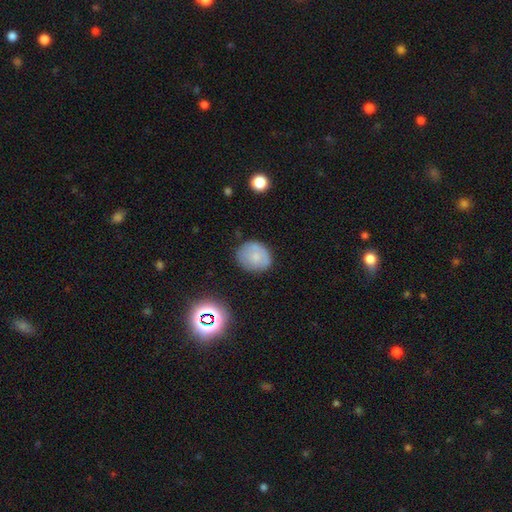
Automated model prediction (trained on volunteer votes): Smooth or featured? Predicted: smooth (p=0.72). How rounded? Predicted: round (p=0.67). Merging? Predicted: none (p=0.75).